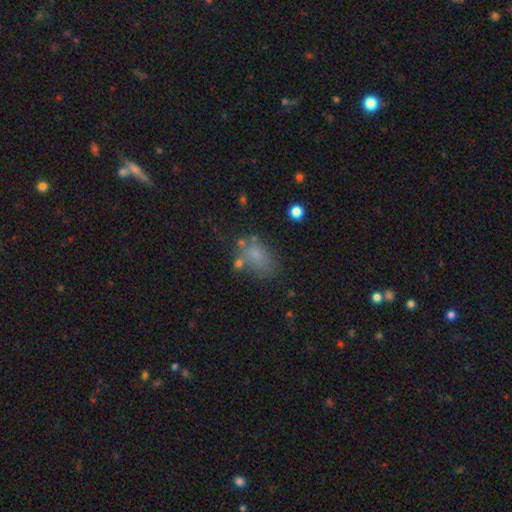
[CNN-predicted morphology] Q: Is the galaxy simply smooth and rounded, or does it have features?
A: smooth — 68%.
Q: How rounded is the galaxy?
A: in between — 78%.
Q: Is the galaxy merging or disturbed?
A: none — 50%.